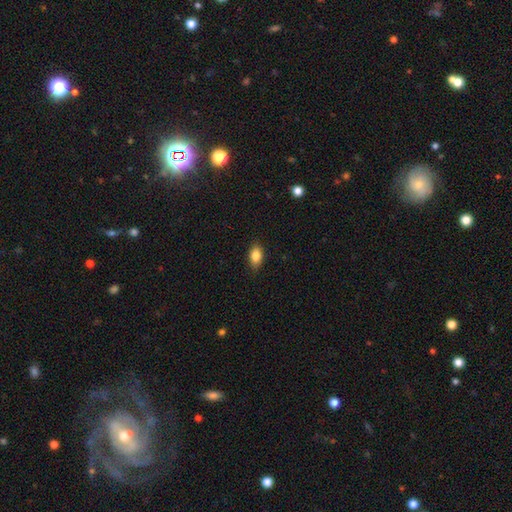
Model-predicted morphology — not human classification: Smooth or featured? Predicted: smooth (p=0.85). How rounded? Predicted: in between (p=0.87). Merging? Predicted: none (p=0.86).